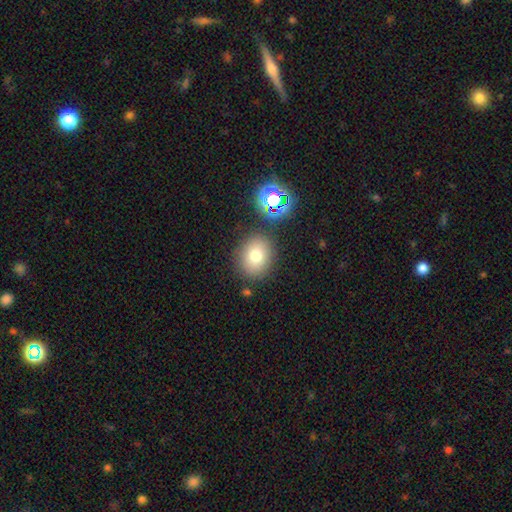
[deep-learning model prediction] The model was most divided on "how rounded": round: 64%, in between: 35%, cigar-shaped: 1%. More confident: merging — none (83%); smooth or featured — smooth (75%).